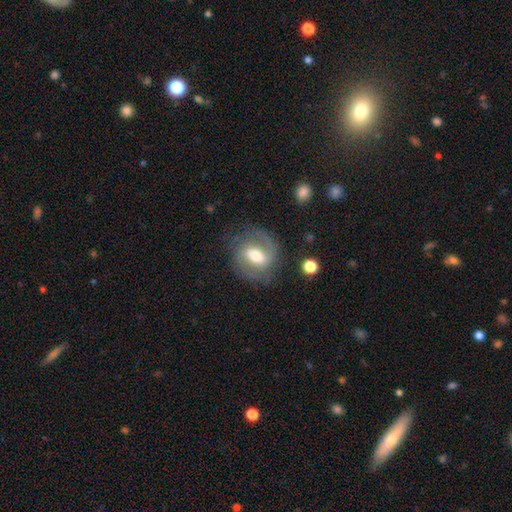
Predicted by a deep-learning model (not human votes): featured or disk 72%, smooth 21%, star or artifact 7%. Down the decision tree: edge-on disk — no (96%); bar — weak (49%); spiral arms — yes (88%); spiral arm count — 2 (80%); spiral winding — medium (50%); bulge size — moderate (61%); merging — none (70%).